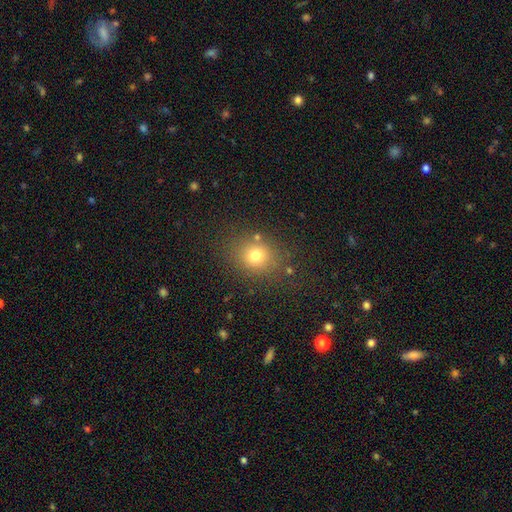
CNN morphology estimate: Q: Smooth or featured?
A: smooth (74%); runner-up: star or artifact (17%)
Q: How rounded?
A: round (72%); runner-up: in between (27%)
Q: Merging?
A: none (79%); runner-up: minor disturbance (11%)